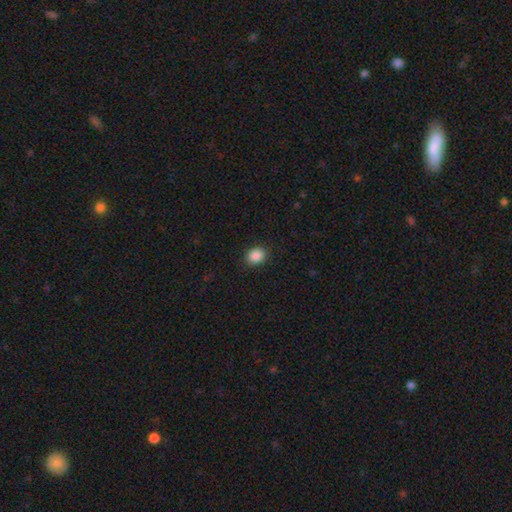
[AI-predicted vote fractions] smooth-or-featured: smooth: 88% | star or artifact: 9% | featured or disk: 3%
  how-rounded: in between: 51% | round: 48% | cigar-shaped: 1%
  merging: none: 89% | minor disturbance: 8% | major disturbance: 2% | merger: 1%